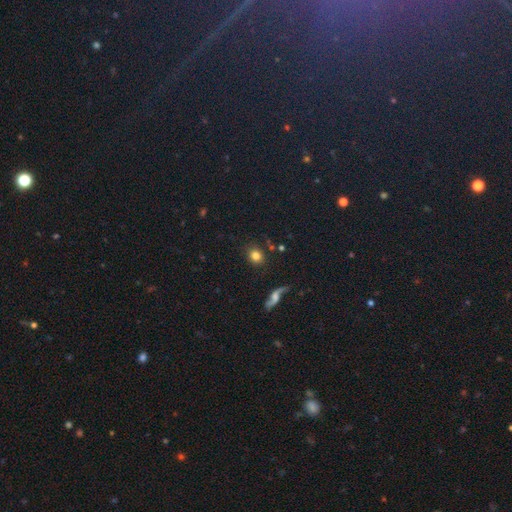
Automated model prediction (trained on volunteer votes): Smooth or featured: smooth — 79% (star or artifact — 11%)
How rounded: round — 77% (in between — 21%)
Merging: none — 83% (minor disturbance — 10%)